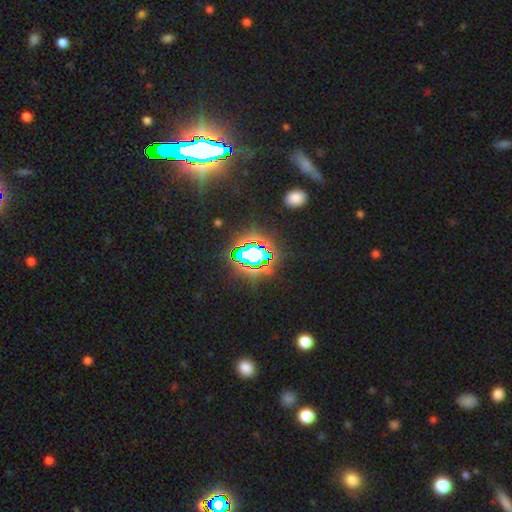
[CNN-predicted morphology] type=star or artifact (74%).